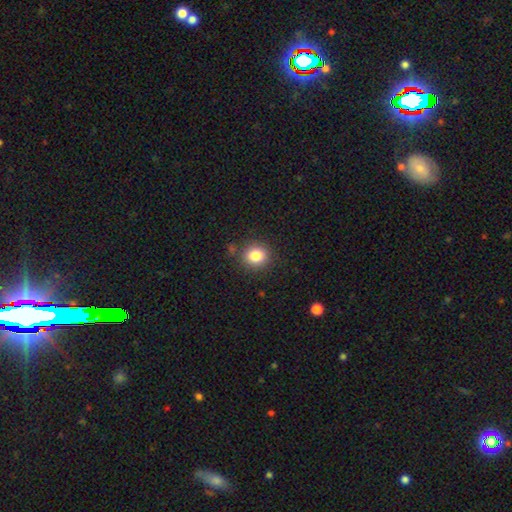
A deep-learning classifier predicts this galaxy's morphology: Smooth or featured? Predicted: smooth (p=0.83). How rounded? Predicted: round (p=0.84). Merging? Predicted: none (p=0.85).